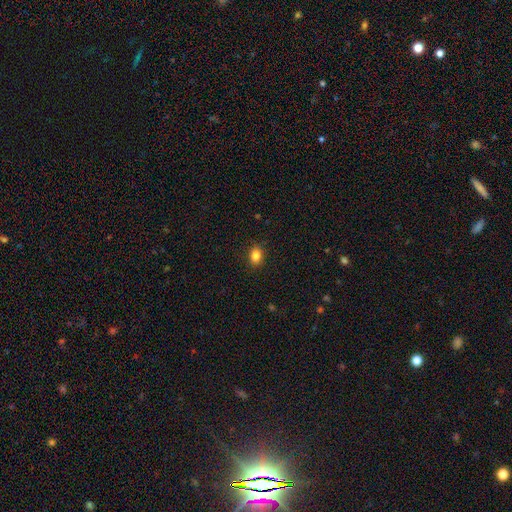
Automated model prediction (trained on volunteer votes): Smooth or featured? Predicted: smooth (p=0.84). How rounded? Predicted: in between (p=0.67). Merging? Predicted: none (p=0.89).